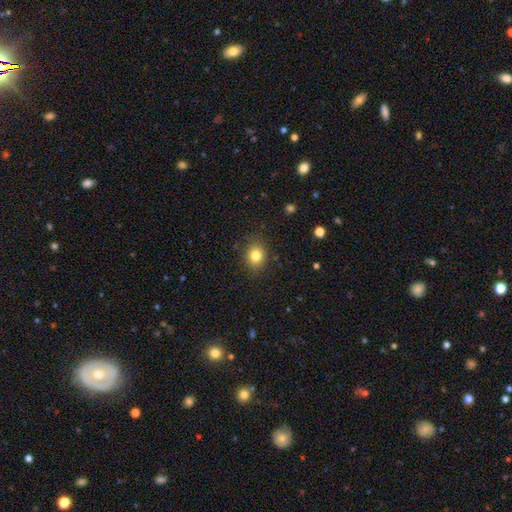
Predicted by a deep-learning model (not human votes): smooth-or-featured: smooth: 81% | star or artifact: 11% | featured or disk: 8%
  how-rounded: round: 57% | in between: 42% | cigar-shaped: 1%
  merging: none: 85% | minor disturbance: 11% | major disturbance: 3% | merger: 1%